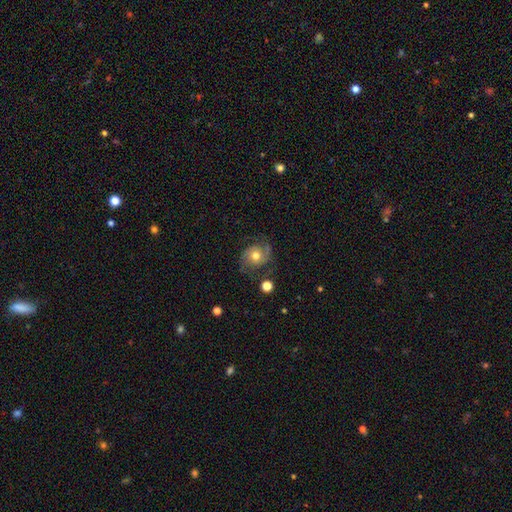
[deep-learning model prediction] Smooth or featured?
  - featured or disk: 70% *
  - smooth: 21%
  - star or artifact: 10%
Edge-on disk?
  - no: 97% *
  - yes: 3%
Bar?
  - no: 77% *
  - weak: 19%
  - strong: 4%
Spiral arms?
  - yes: 92% *
  - no: 8%
Spiral winding?
  - medium: 47% *
  - tight: 29%
  - loose: 24%
Spiral arm count?
  - 2: 84% *
  - can't tell: 6%
  - 3: 4%
  - 1: 3%
  - 4: 2%
  - more than 4: 1%
Bulge size?
  - moderate: 71% *
  - small: 20%
  - large: 7%
  - none: 1%
  - dominant: 1%
Merging?
  - none: 72% *
  - minor disturbance: 17%
  - major disturbance: 9%
  - merger: 2%